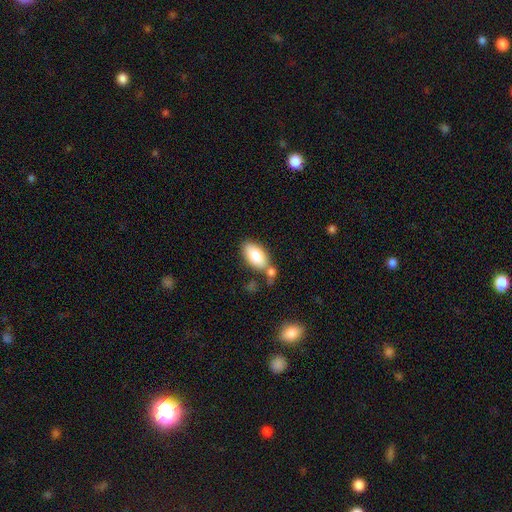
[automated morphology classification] Q: Smooth or featured?
A: smooth (80%); runner-up: featured or disk (13%)
Q: How rounded?
A: in between (93%); runner-up: cigar-shaped (4%)
Q: Merging?
A: none (59%); runner-up: merger (21%)